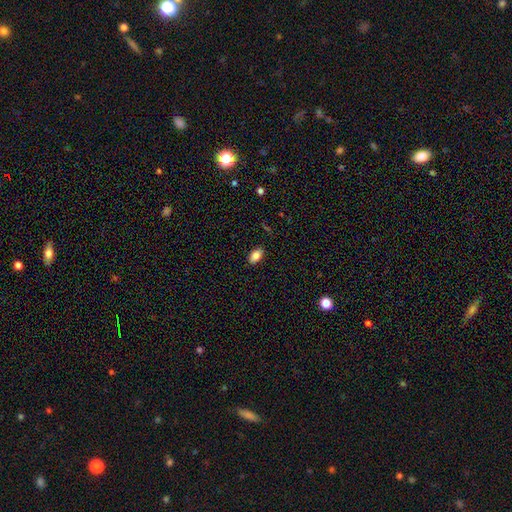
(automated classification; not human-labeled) Overall: smooth (84%). How rounded: in between (90%). Merging: none (88%).